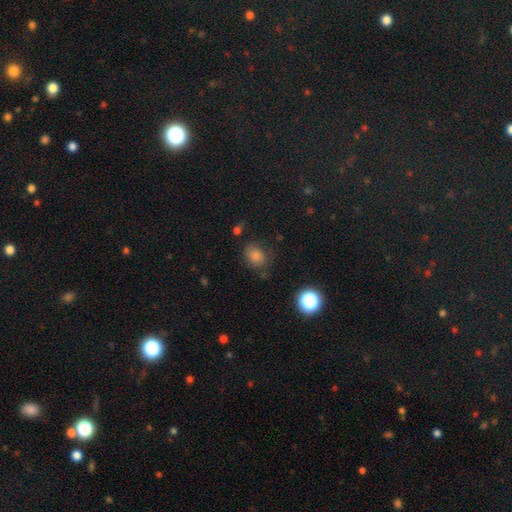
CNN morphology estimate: type=smooth (72%); roundness=round (56%); merging=none (71%).